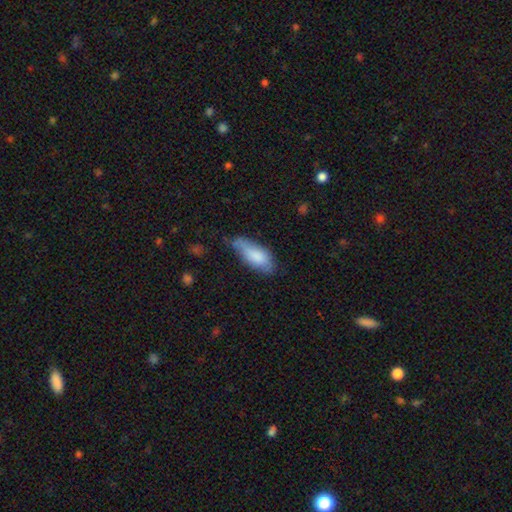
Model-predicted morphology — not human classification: This appears to be a smooth galaxy with no disk features (80%) that is in between round and cigar-shaped (77%). Merging: none (45%).